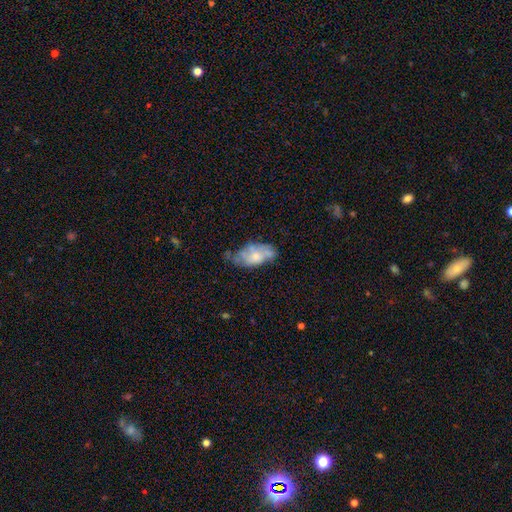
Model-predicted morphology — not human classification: A smooth galaxy with no disk features (46%, tied with featured or disk). Merging: none (40%).